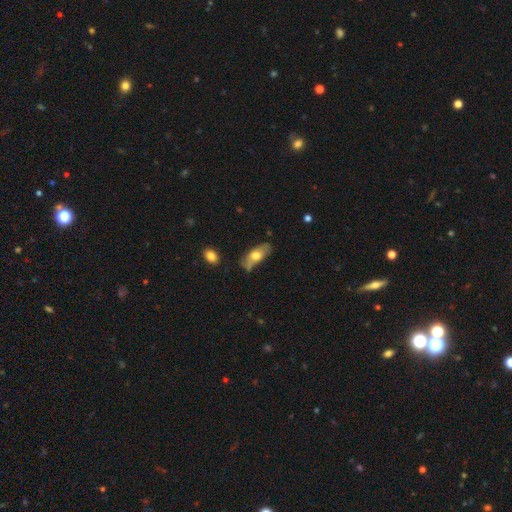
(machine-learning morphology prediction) type=smooth (60%); roundness=in between (81%); merging=none (61%).